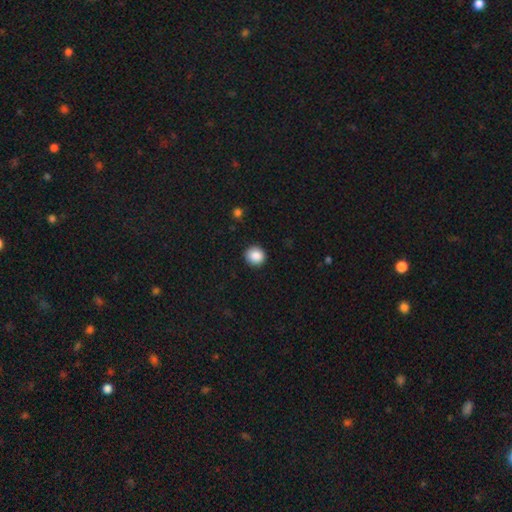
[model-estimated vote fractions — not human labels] Overall: smooth (88%). How rounded: round (92%). Merging: none (92%).